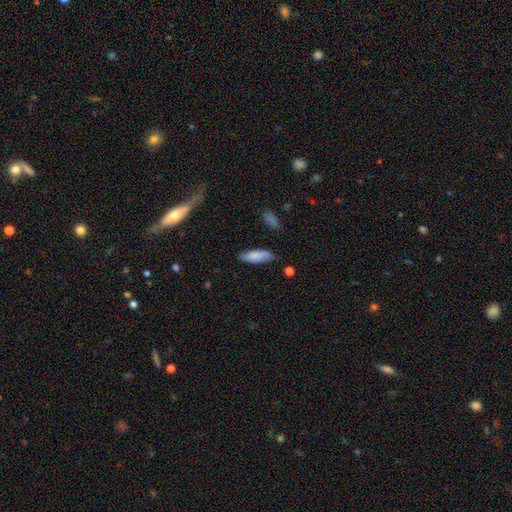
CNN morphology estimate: Q: Smooth or featured?
A: smooth (82%); runner-up: featured or disk (12%)
Q: How rounded?
A: in between (64%); runner-up: cigar-shaped (34%)
Q: Merging?
A: none (71%); runner-up: minor disturbance (22%)